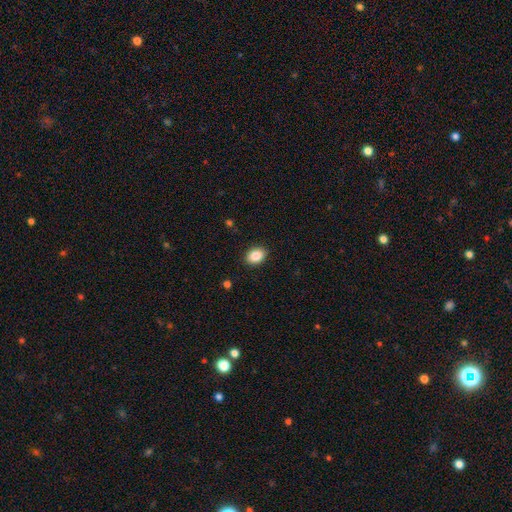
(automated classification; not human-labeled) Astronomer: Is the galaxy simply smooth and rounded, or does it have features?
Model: smooth — 88%.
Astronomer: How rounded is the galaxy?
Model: in between — 77%.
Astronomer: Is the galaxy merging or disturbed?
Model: none — 90%.